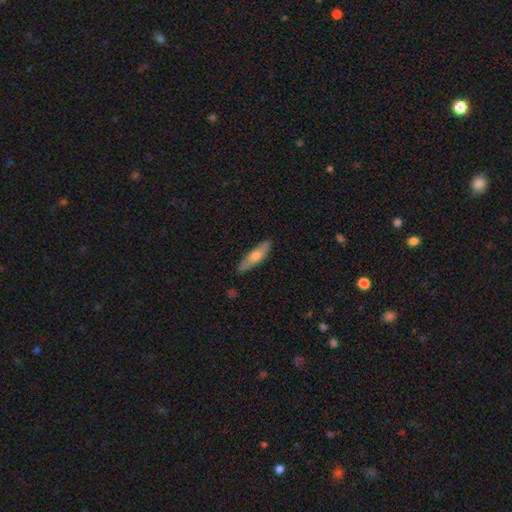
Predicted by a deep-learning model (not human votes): The model was most divided on "smooth or featured": smooth: 58%, featured or disk: 36%, star or artifact: 6%. More confident: merging — none (86%); how rounded — cigar-shaped (61%).